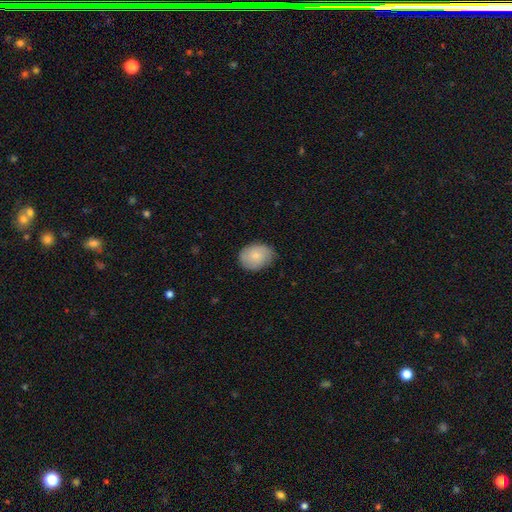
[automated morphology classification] The model was most divided on "how rounded": in between: 56%, round: 43%, cigar-shaped: 1%. More confident: smooth or featured — smooth (77%); merging — none (74%).